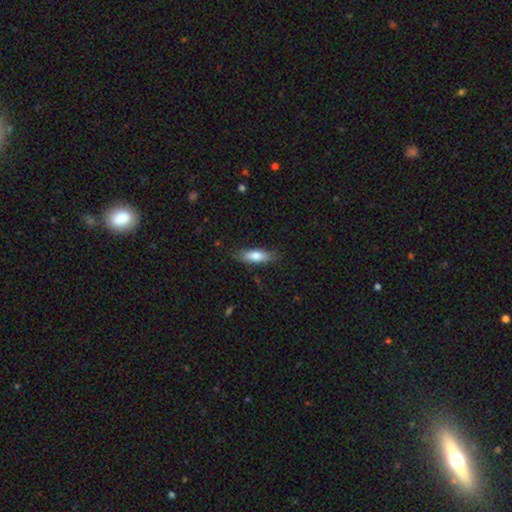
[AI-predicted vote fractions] smooth-or-featured: smooth: 78% | featured or disk: 16% | star or artifact: 6%
  how-rounded: in between: 57% | cigar-shaped: 41% | round: 2%
  merging: none: 82% | minor disturbance: 14% | major disturbance: 3% | merger: 1%